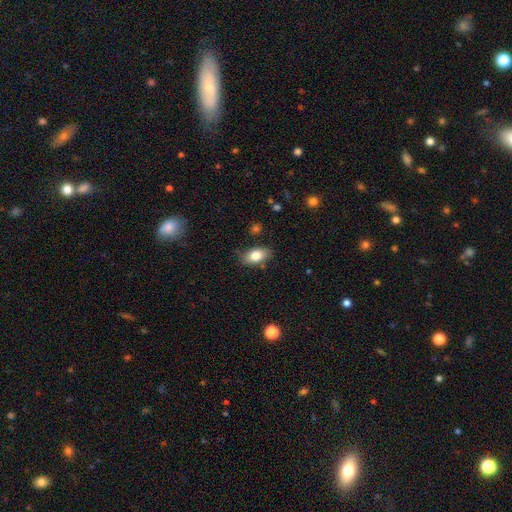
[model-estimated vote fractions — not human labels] This appears to be a smooth galaxy with no disk features (80%) that is in between round and cigar-shaped (88%). Merging: none (81%).